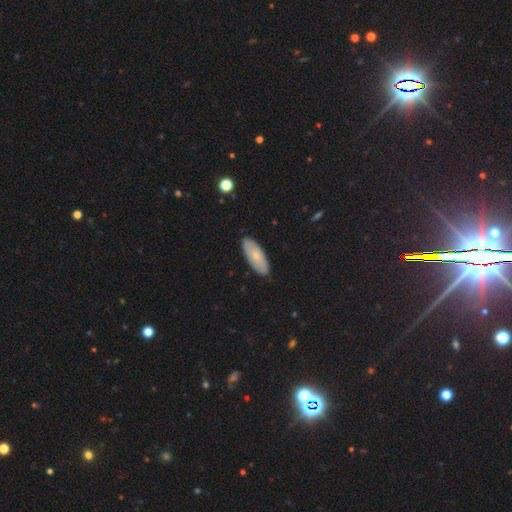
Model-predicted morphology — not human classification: Smooth or featured? Predicted: smooth (p=0.68). How rounded? Predicted: in between (p=0.80). Merging? Predicted: none (p=0.87).